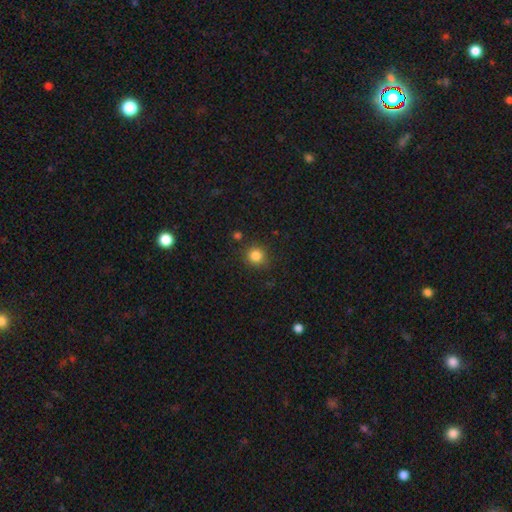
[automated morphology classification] smooth 84%, star or artifact 12%, featured or disk 5%. Down the decision tree: how rounded — round (91%); merging — none (84%).